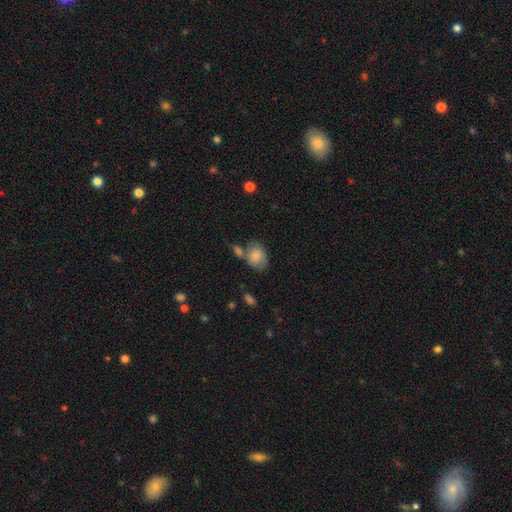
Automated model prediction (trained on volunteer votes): A smooth galaxy with no disk features (79%) that is in between round and cigar-shaped (67%). Merging: none (48%).